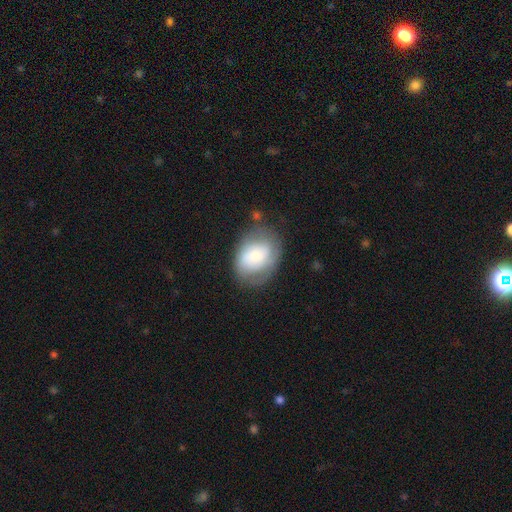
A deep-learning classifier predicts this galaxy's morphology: A smooth galaxy with no disk features (57%) that is in between round and cigar-shaped (62%). Merging: none (63%).